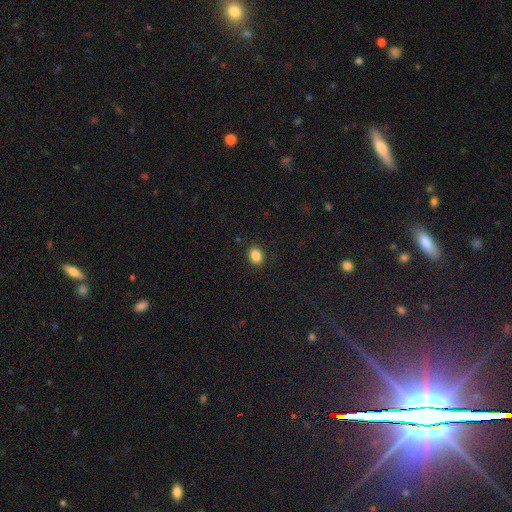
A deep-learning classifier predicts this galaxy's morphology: type=smooth (87%); roundness=in between (68%); merging=none (90%).